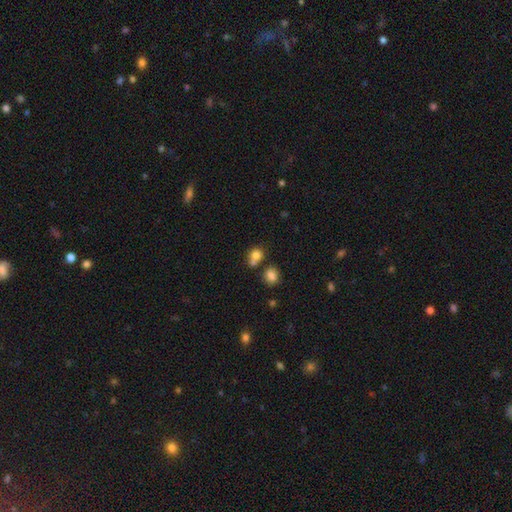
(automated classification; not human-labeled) This appears to be a smooth galaxy with no disk features (79%) that is round (74%). Merging: none (47%).